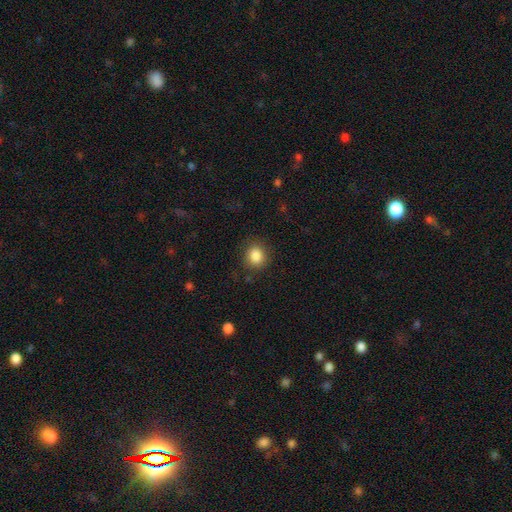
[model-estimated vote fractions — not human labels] A smooth galaxy with no disk features (86%) that is round (78%).

Vote fractions:
- Smooth or featured? smooth: 86% / star or artifact: 10% / featured or disk: 4%
- How rounded? round: 78% / in between: 21% / cigar-shaped: 1%
- Merging? none: 85% / minor disturbance: 10% / major disturbance: 4% / merger: 1%